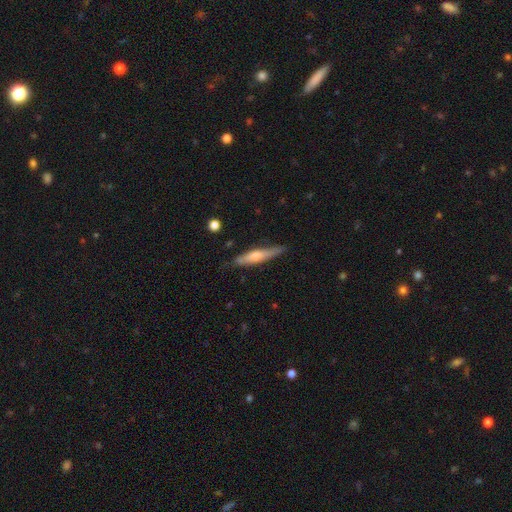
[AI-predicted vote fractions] Smooth or featured: featured or disk — 49% (smooth — 46%)
Merging: none — 78% (minor disturbance — 17%)